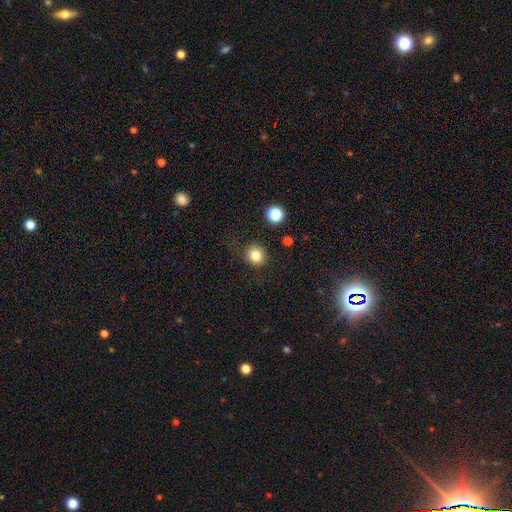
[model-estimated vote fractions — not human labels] Smooth or featured?
  - smooth: 82% *
  - star or artifact: 12%
  - featured or disk: 6%
How rounded?
  - round: 84% *
  - in between: 15%
  - cigar-shaped: 1%
Merging?
  - none: 81% *
  - minor disturbance: 12%
  - major disturbance: 4%
  - merger: 2%